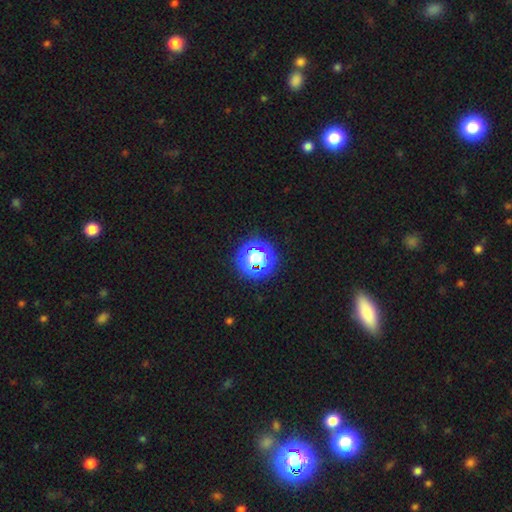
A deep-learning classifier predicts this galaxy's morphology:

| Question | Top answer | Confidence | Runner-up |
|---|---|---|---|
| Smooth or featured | star or artifact | 51% | smooth (37%) |